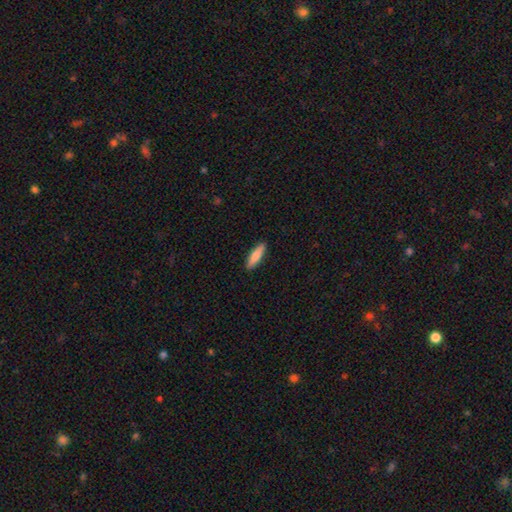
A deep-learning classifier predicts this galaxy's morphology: smooth_or_featured: smooth (p=0.81) [alt: featured or disk p=0.14]
how_rounded: cigar-shaped (p=0.66) [alt: in between p=0.32]
merging: none (p=0.90) [alt: minor disturbance p=0.07]